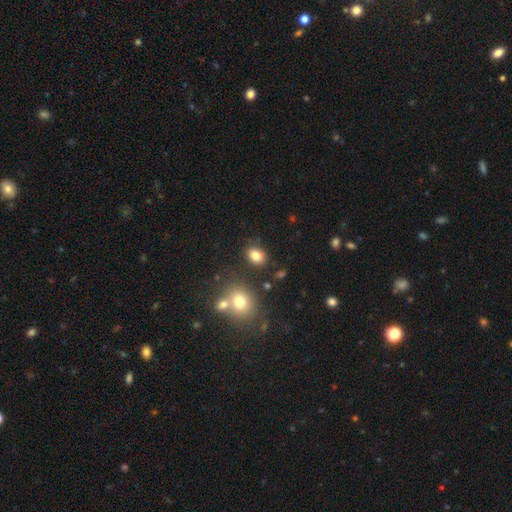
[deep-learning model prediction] The model was most divided on "how rounded": in between: 62%, round: 37%, cigar-shaped: 1%. More confident: smooth or featured — smooth (82%); merging — none (80%).